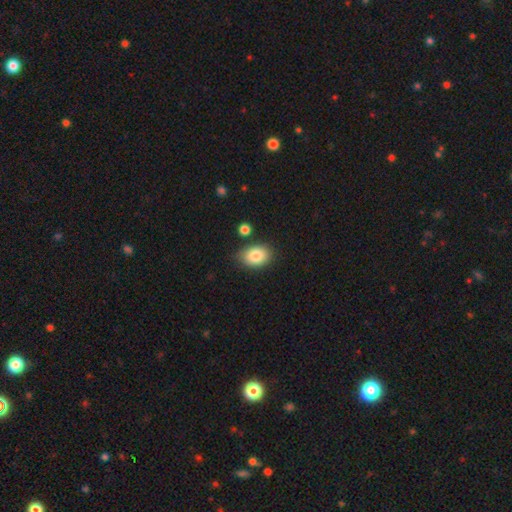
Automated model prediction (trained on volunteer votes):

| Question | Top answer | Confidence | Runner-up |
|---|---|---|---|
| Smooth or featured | smooth | 84% | featured or disk (8%) |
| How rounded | in between | 81% | round (18%) |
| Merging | none | 76% | minor disturbance (15%) |